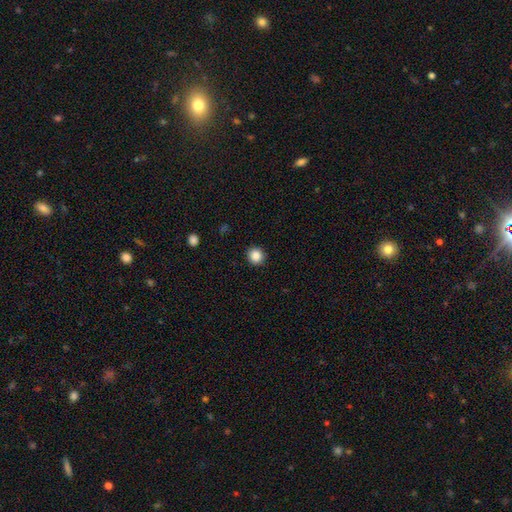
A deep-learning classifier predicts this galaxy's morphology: This appears to be a smooth galaxy with no disk features (87%) that is round (92%). Merging: none (92%).